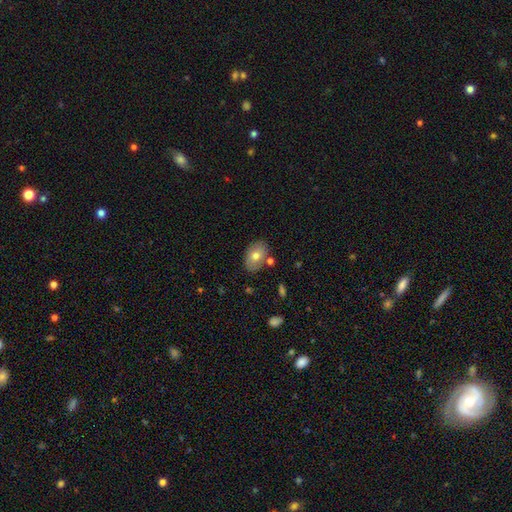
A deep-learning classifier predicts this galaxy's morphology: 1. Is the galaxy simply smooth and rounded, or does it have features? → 71% smooth, 21% featured or disk, 8% star or artifact.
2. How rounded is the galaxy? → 81% in between, 18% round, 1% cigar-shaped.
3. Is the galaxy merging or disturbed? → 77% none, 14% minor disturbance, 6% merger, 3% major disturbance.